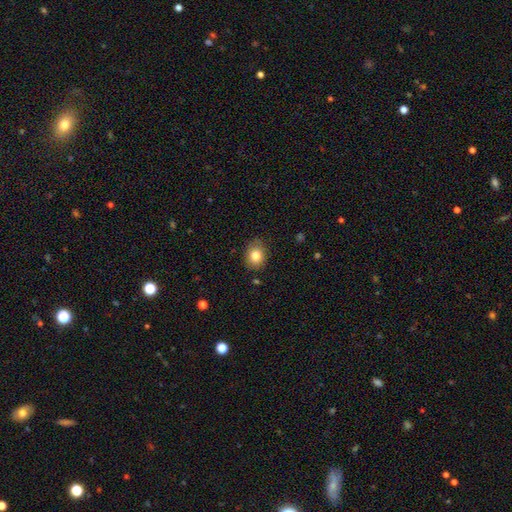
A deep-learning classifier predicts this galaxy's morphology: smooth 83%, star or artifact 9%, featured or disk 8%. Down the decision tree: how rounded — in between (52%); merging — none (81%).